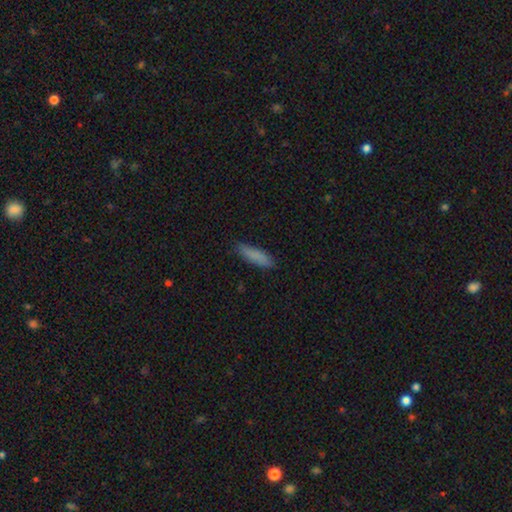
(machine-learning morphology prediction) A smooth galaxy with no disk features (85%) that is cigar-shaped (70%).

Vote fractions:
- Smooth or featured? smooth: 85% / featured or disk: 8% / star or artifact: 7%
- How rounded? cigar-shaped: 70% / in between: 28% / round: 2%
- Merging? none: 83% / minor disturbance: 13% / major disturbance: 2% / merger: 1%